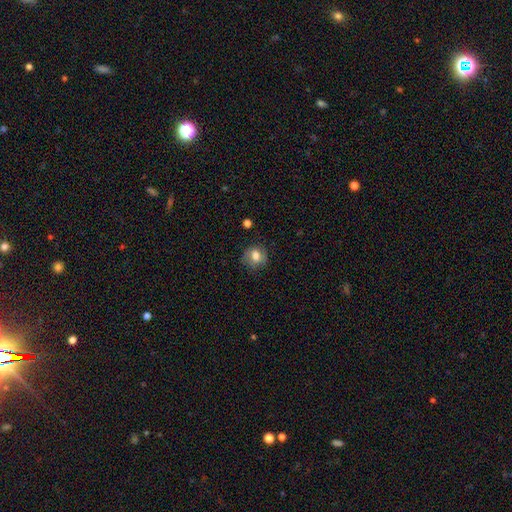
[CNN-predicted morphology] type=smooth (71%); roundness=round (73%); merging=none (74%).